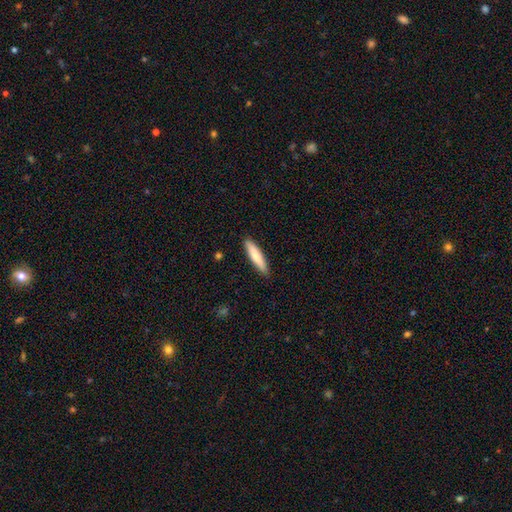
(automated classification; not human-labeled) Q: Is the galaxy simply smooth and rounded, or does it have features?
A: smooth — 75%.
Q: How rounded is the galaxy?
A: cigar-shaped — 82%.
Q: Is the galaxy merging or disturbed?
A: none — 90%.